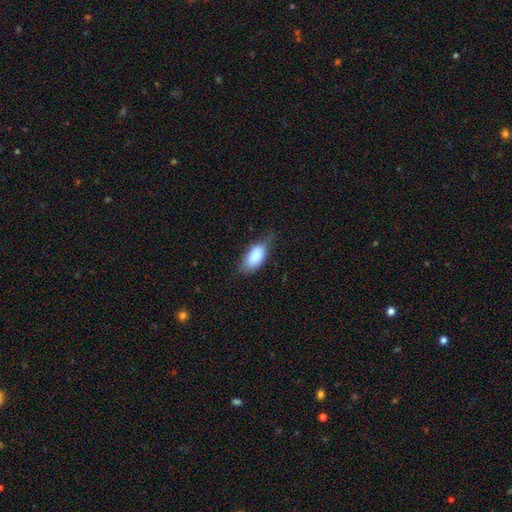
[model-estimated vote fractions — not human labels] smooth_or_featured: smooth (p=0.84) [alt: featured or disk p=0.09]
how_rounded: in between (p=0.90) [alt: cigar-shaped p=0.08]
merging: none (p=0.52) [alt: minor disturbance p=0.37]